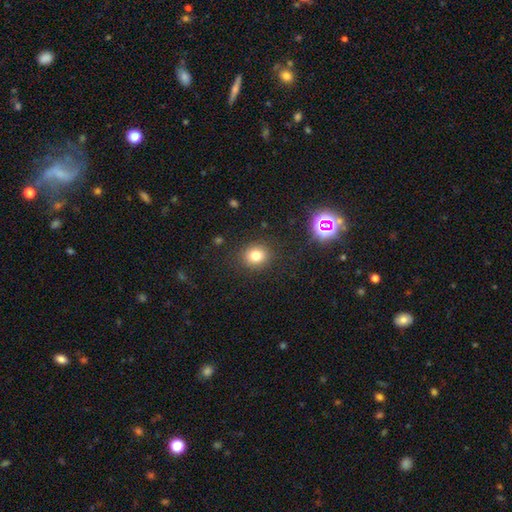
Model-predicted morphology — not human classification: Overall: smooth (78%). How rounded: round (77%). Merging: none (88%).